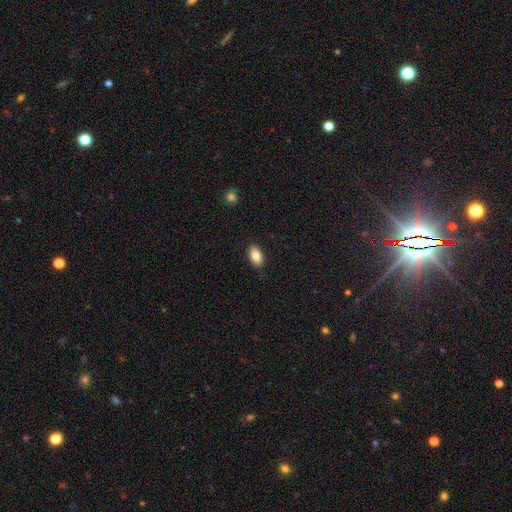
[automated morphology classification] Overall: smooth (85%). How rounded: in between (93%). Merging: none (86%).